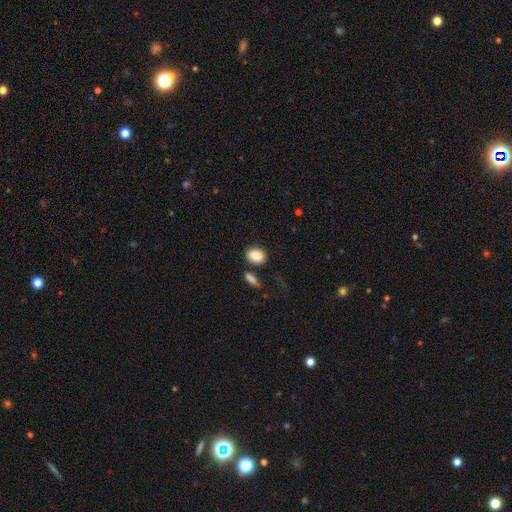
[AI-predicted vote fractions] This appears to be a smooth galaxy with no disk features (88%) that is in between round and cigar-shaped (62%). Merging: none (73%).